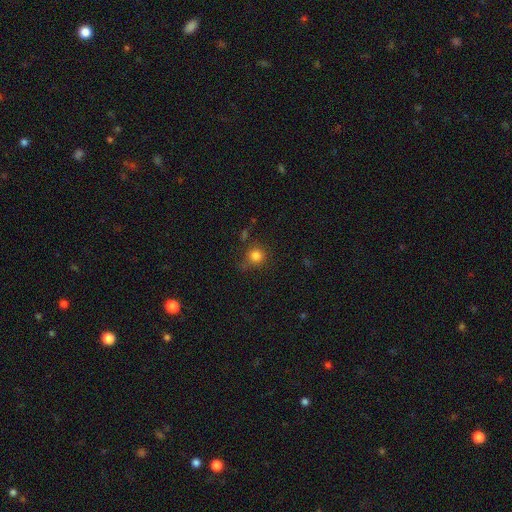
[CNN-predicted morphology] Smooth or featured? smooth (81%)
How rounded? round (92%)
Merging? none (76%)